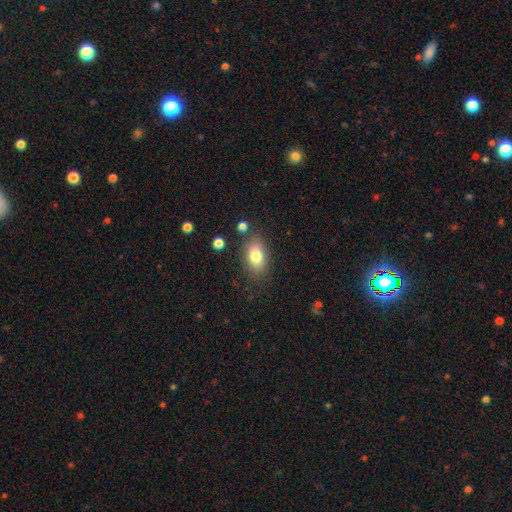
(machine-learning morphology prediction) Smooth or featured?
  - smooth: 79% *
  - featured or disk: 12%
  - star or artifact: 9%
How rounded?
  - in between: 86% *
  - round: 11%
  - cigar-shaped: 3%
Merging?
  - none: 79% *
  - minor disturbance: 13%
  - major disturbance: 4%
  - merger: 4%